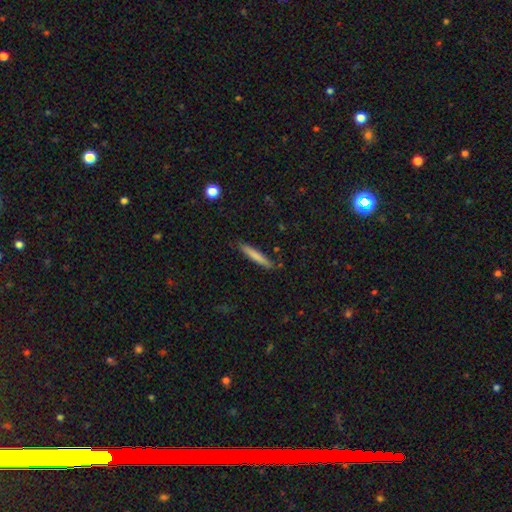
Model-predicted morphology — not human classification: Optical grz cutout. It shows a smooth galaxy with no disk features (76%) that is cigar-shaped (94%). Merging: none (86%).